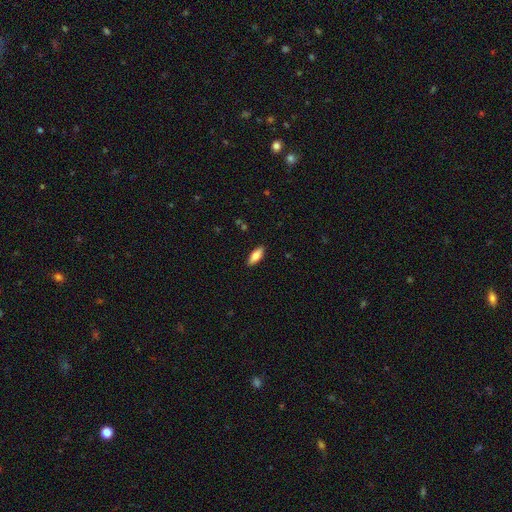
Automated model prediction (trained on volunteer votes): Overall: smooth (75%). How rounded: in between (68%; cigar-shaped 30%). Merging: none (89%).